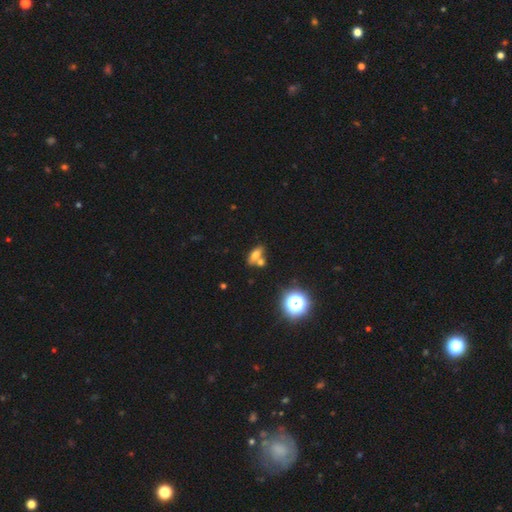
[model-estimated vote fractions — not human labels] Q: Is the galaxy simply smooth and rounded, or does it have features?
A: smooth — 61%.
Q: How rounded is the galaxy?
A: in between — 70%.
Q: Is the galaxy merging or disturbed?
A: none — 48%.